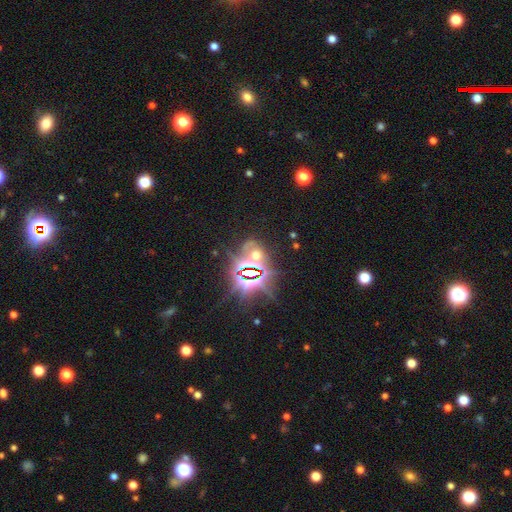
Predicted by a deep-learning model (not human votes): smooth_or_featured: star or artifact (p=0.68) [alt: smooth p=0.18]